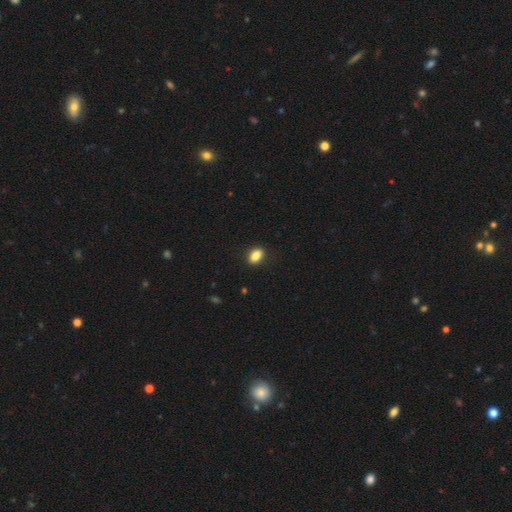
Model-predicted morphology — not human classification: Overall: smooth (85%). How rounded: in between (84%). Merging: none (87%).